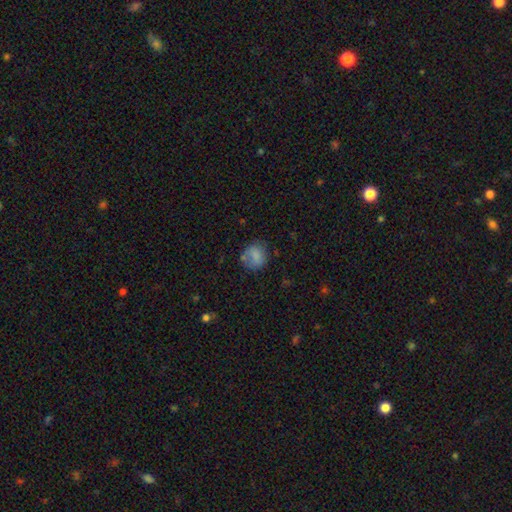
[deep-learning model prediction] smooth 75%, featured or disk 16%, star or artifact 10%. Down the decision tree: how rounded — round (73%); merging — none (58%).